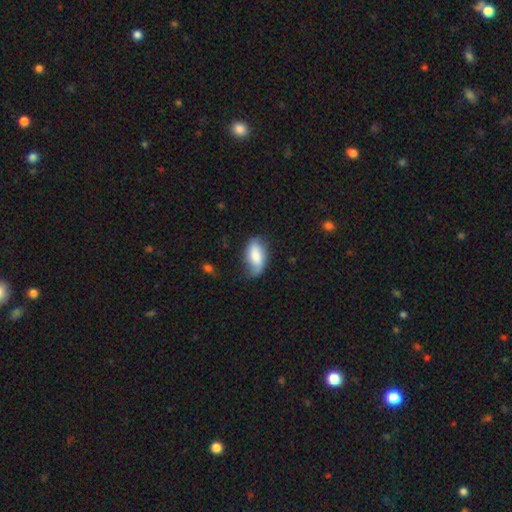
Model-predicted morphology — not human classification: smooth 75%, featured or disk 19%, star or artifact 7%. Down the decision tree: how rounded — in between (91%); merging — none (60%).